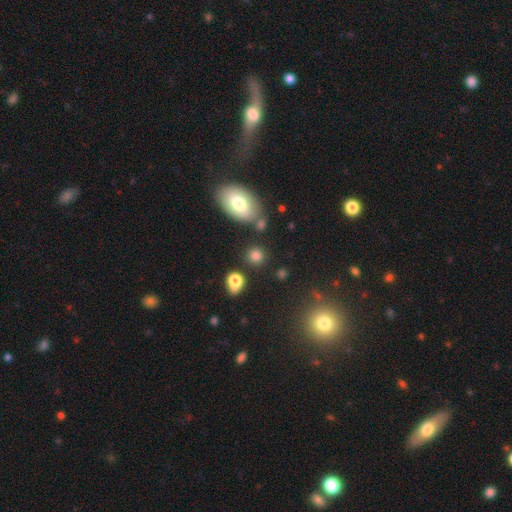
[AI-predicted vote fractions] Q: Smooth or featured?
A: smooth (79%); runner-up: star or artifact (14%)
Q: How rounded?
A: round (83%); runner-up: in between (15%)
Q: Merging?
A: none (79%); runner-up: minor disturbance (9%)